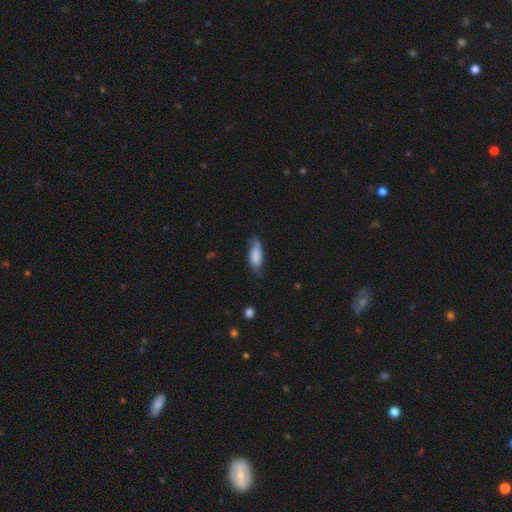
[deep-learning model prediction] Morphology: type=smooth (75%); roundness=in between (66%); merging=none (61%).